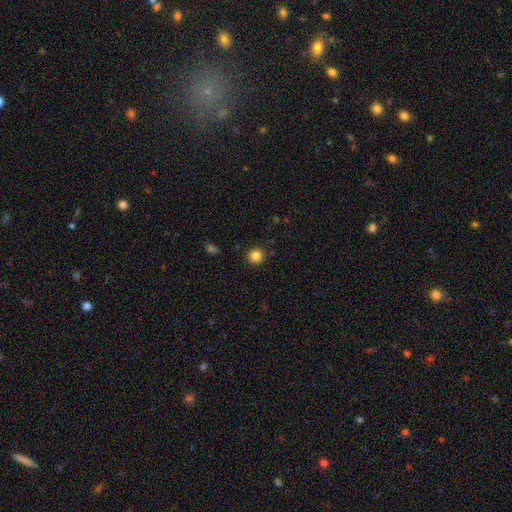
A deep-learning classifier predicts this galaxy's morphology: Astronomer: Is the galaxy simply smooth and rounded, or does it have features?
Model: smooth — 84%.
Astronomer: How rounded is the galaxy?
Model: round — 94%.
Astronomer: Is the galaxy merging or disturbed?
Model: none — 91%.